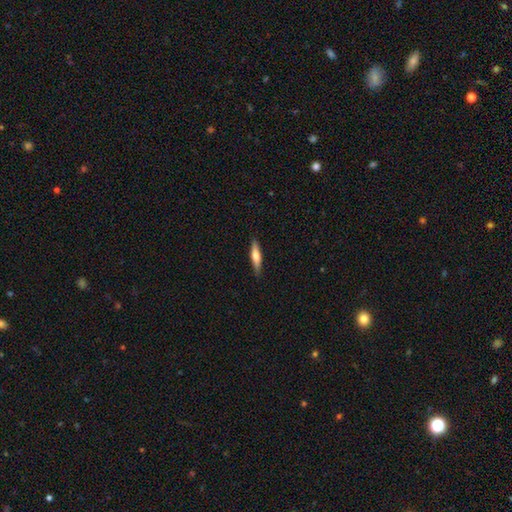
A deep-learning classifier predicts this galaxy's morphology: A smooth galaxy with no disk features (59%) that is cigar-shaped (79%).

Vote fractions:
- Smooth or featured? smooth: 59% / featured or disk: 35% / star or artifact: 6%
- How rounded? cigar-shaped: 79% / in between: 20% / round: 2%
- Merging? none: 87% / minor disturbance: 10% / major disturbance: 2% / merger: 1%